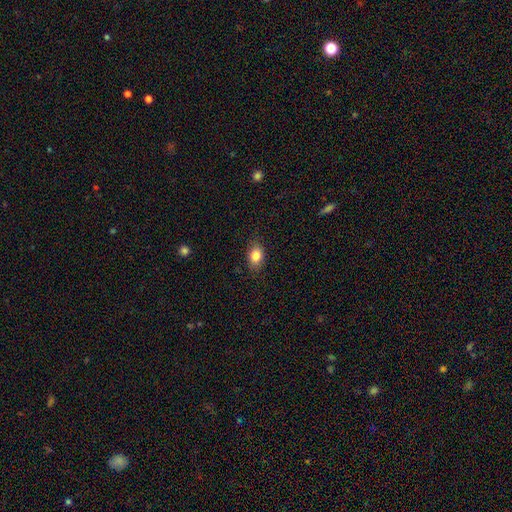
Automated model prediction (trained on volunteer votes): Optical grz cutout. It shows a smooth galaxy with no disk features (83%) that is in between round and cigar-shaped (78%). Merging: none (84%).